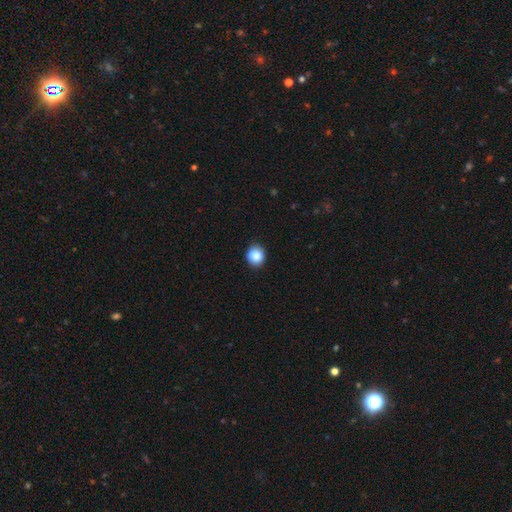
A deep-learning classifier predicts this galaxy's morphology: Q: Smooth or featured?
A: smooth (86%); runner-up: star or artifact (9%)
Q: How rounded?
A: round (79%); runner-up: in between (20%)
Q: Merging?
A: none (88%); runner-up: minor disturbance (9%)